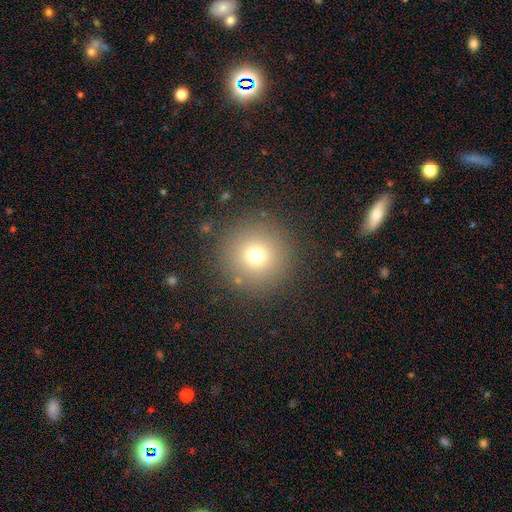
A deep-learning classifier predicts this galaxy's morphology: Q: Smooth or featured?
A: smooth (72%); runner-up: star or artifact (17%)
Q: How rounded?
A: round (97%); runner-up: in between (3%)
Q: Merging?
A: none (89%); runner-up: minor disturbance (6%)